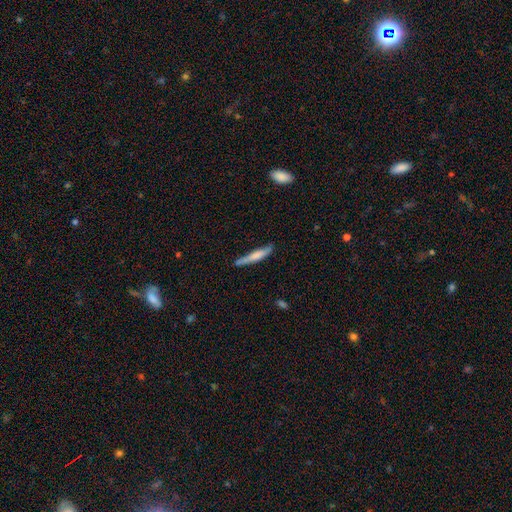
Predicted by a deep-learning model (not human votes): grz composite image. It shows a smooth galaxy with no disk features (61%) that is cigar-shaped (92%). Merging: none (71%).